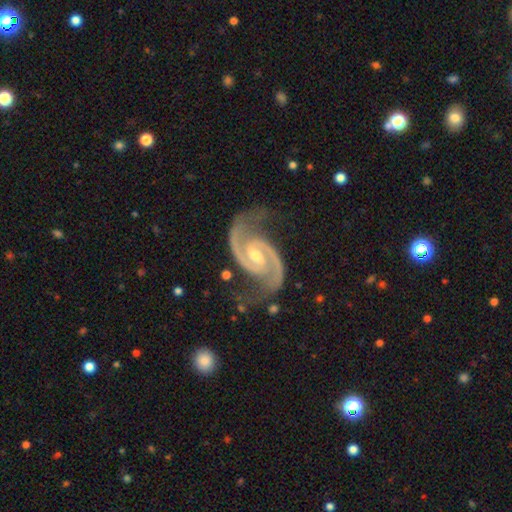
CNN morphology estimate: Smooth or featured: featured or disk — 95% (star or artifact — 3%)
Edge-on disk: no — 98% (yes — 2%)
Bar: weak — 47% (no — 33%)
Spiral arms: yes — 99% (no — 1%)
Spiral winding: medium — 60% (tight — 31%)
Spiral arm count: 2 — 94% (3 — 2%)
Bulge size: moderate — 59% (small — 37%)
Merging: none — 71% (minor disturbance — 20%)